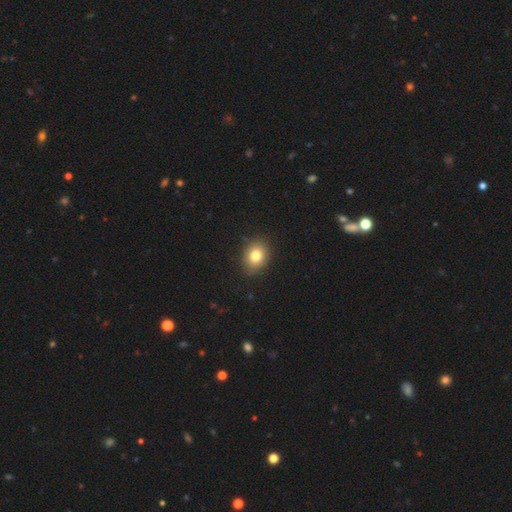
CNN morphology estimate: Overall: smooth (81%). How rounded: in between (57%; round 42%). Merging: none (85%).